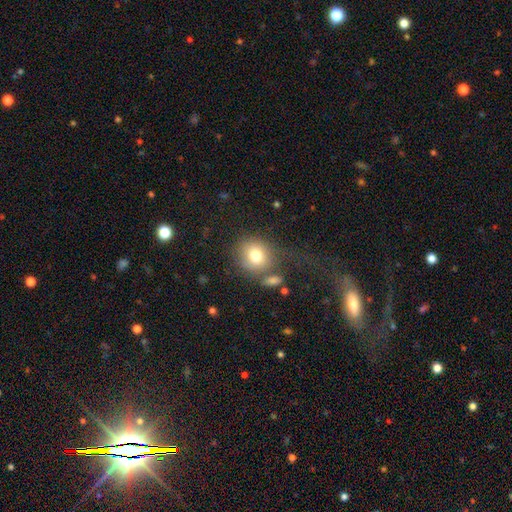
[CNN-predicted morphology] The model was most divided on "merging": none: 56%, minor disturbance: 15%, major disturbance: 15%, merger: 14%. More confident: how rounded — round (80%); smooth or featured — smooth (78%).